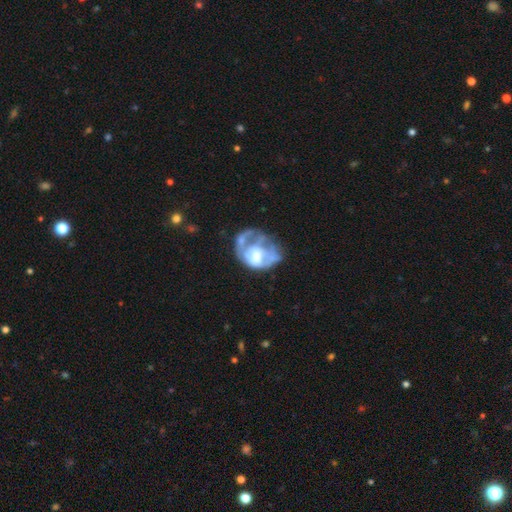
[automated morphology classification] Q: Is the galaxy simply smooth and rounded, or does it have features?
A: featured or disk — 62%.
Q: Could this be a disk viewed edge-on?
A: no — 98%.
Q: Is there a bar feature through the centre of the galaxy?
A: no — 77%.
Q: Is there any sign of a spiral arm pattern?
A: no — 69%.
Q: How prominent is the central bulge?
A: moderate — 56%.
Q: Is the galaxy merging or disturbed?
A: major disturbance — 39%.